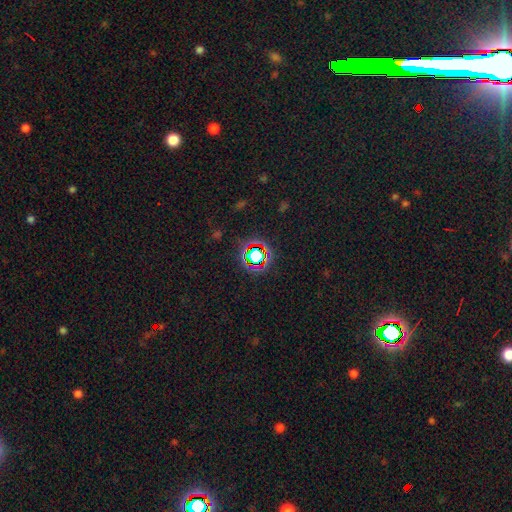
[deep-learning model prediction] Morphology: type=star or artifact (67%).